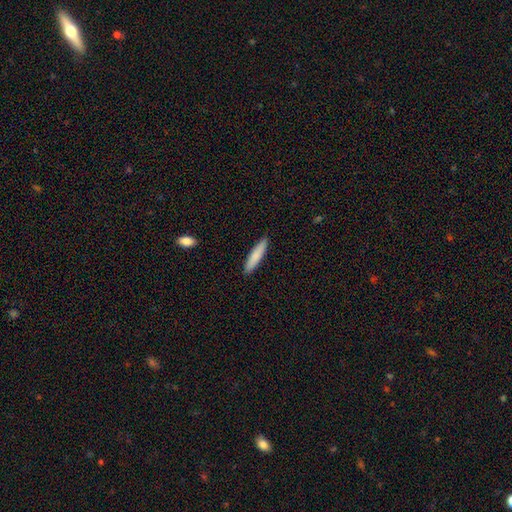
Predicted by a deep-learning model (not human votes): smooth-or-featured: smooth: 82% | featured or disk: 13% | star or artifact: 5%
  how-rounded: cigar-shaped: 86% | in between: 13% | round: 1%
  merging: none: 90% | minor disturbance: 7% | major disturbance: 1% | merger: 1%